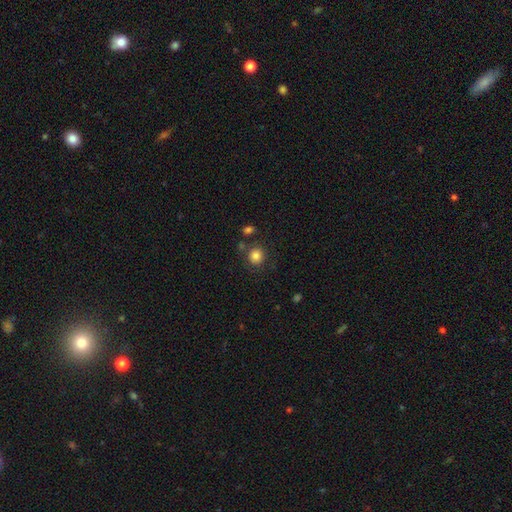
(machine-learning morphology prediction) type=smooth (84%); roundness=round (87%); merging=none (79%).